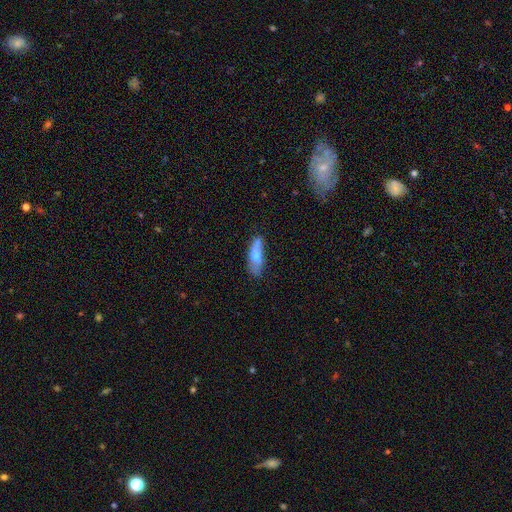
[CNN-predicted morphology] smooth-or-featured: smooth: 56% | featured or disk: 38% | star or artifact: 6%
  how-rounded: in between: 54% | cigar-shaped: 42% | round: 3%
  merging: none: 60% | minor disturbance: 24% | merger: 9% | major disturbance: 7%